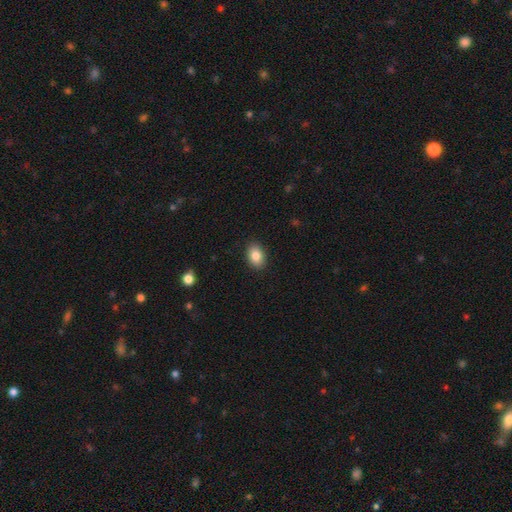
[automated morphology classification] smooth_or_featured: smooth (p=0.86) [alt: star or artifact p=0.08]
how_rounded: in between (p=0.80) [alt: round p=0.18]
merging: none (p=0.89) [alt: minor disturbance p=0.08]